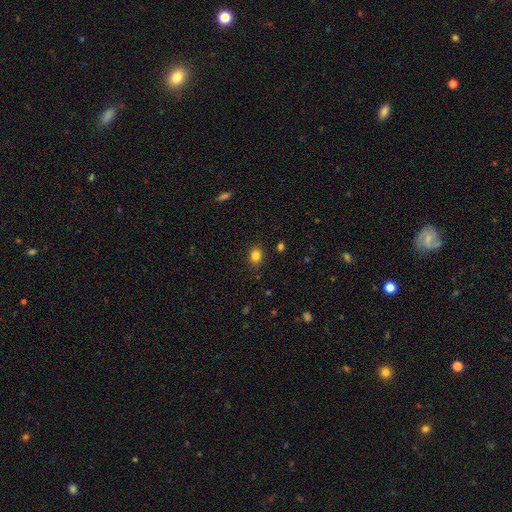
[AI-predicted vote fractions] A smooth galaxy with no disk features (83%) that is in between round and cigar-shaped (53%).

Vote fractions:
- Smooth or featured? smooth: 83% / star or artifact: 11% / featured or disk: 5%
- How rounded? in between: 53% / round: 46% / cigar-shaped: 1%
- Merging? none: 87% / minor disturbance: 9% / major disturbance: 2% / merger: 1%